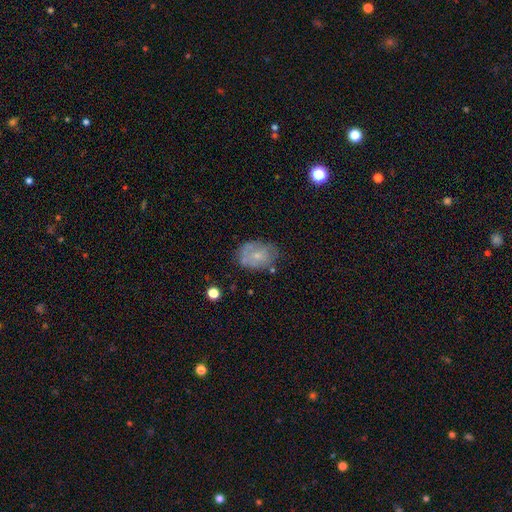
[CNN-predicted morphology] A smooth galaxy with no disk features (49%).

Vote fractions:
- Smooth or featured? smooth: 49% / featured or disk: 42% / star or artifact: 9%
- Merging? none: 58% / minor disturbance: 27% / major disturbance: 11% / merger: 4%